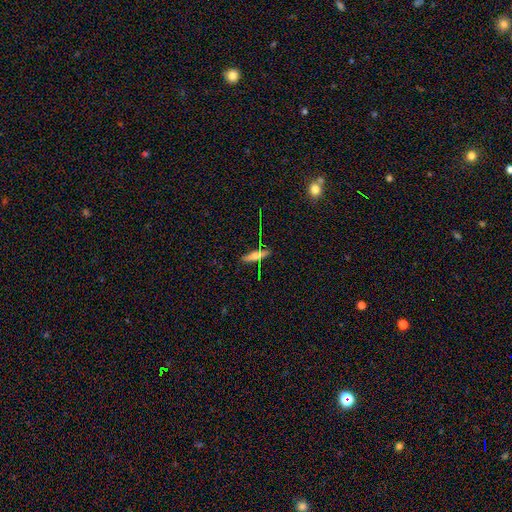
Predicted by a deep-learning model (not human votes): Smooth or featured? smooth (58%)
How rounded? cigar-shaped (71%)
Merging? none (85%)